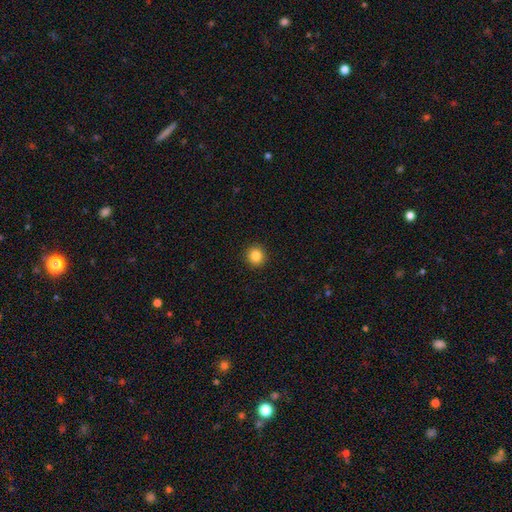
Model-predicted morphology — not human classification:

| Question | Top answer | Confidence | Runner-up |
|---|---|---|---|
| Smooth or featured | smooth | 85% | star or artifact (11%) |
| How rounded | round | 93% | in between (6%) |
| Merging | none | 93% | minor disturbance (4%) |